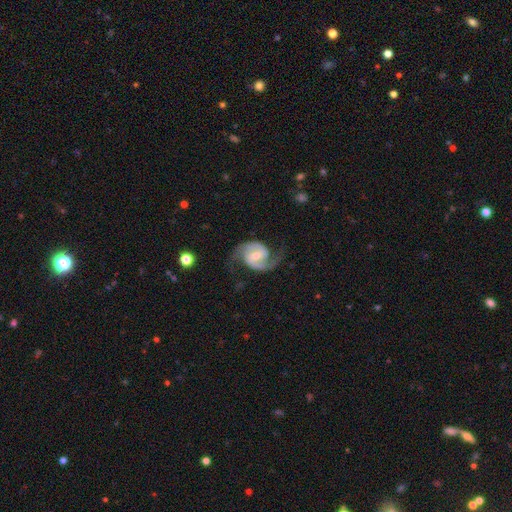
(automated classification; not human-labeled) smooth-or-featured: featured or disk: 90% | smooth: 6% | star or artifact: 4%
  disk-edge-on: no: 98% | yes: 2%
    bar: weak: 50% | strong: 26% | no: 24%
    has-spiral-arms: yes: 98% | no: 2%
      spiral-winding: medium: 55% | loose: 29% | tight: 16%
      spiral-arm-count: 2: 93% | can't tell: 2% | 1: 2% | 3: 1% | 4: 1% | more than 4: 1%
    bulge-size: small: 49% | moderate: 44% | none: 3% | large: 3% | dominant: 1%
  merging: none: 75% | minor disturbance: 14% | major disturbance: 9% | merger: 1%